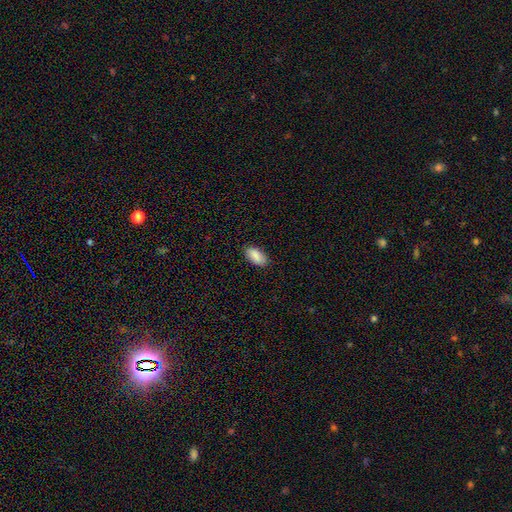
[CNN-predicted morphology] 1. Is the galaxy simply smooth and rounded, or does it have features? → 89% smooth, 6% star or artifact, 4% featured or disk.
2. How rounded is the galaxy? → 94% in between, 4% cigar-shaped, 3% round.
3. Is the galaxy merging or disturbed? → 87% none, 10% minor disturbance, 2% major disturbance, 1% merger.